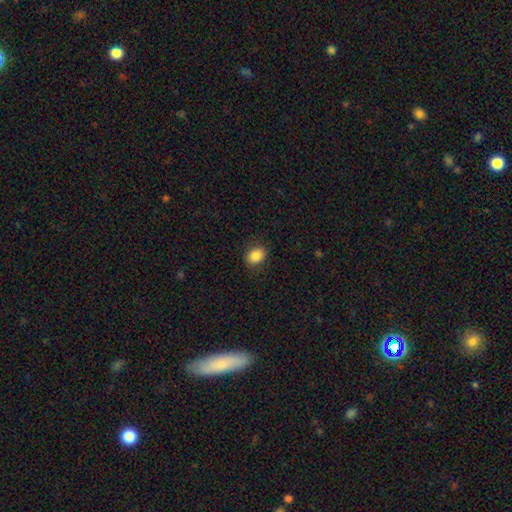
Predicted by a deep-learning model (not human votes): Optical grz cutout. It shows a smooth galaxy with no disk features (86%) that is in between round and cigar-shaped (63%). Merging: none (86%).